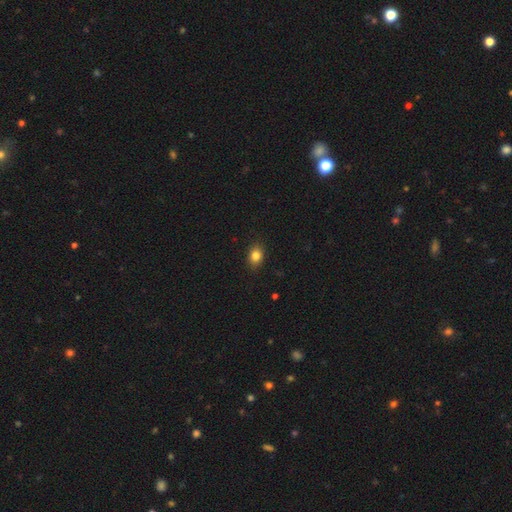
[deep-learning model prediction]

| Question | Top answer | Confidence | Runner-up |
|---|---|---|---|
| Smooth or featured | smooth | 84% | star or artifact (10%) |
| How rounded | in between | 60% | round (39%) |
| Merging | none | 87% | minor disturbance (9%) |